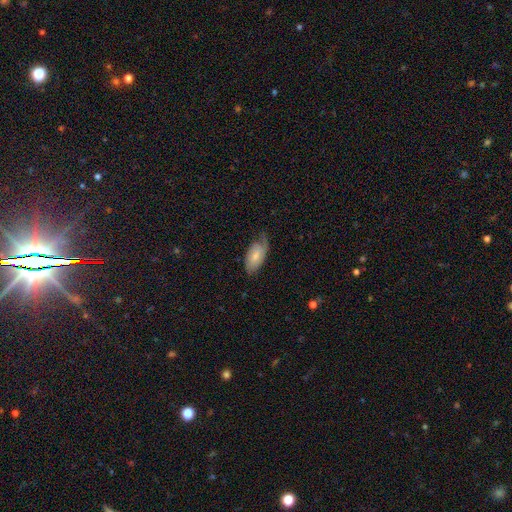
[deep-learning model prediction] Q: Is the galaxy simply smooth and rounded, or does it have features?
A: smooth — 54%.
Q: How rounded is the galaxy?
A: in between — 92%.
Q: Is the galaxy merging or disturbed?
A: none — 54%.